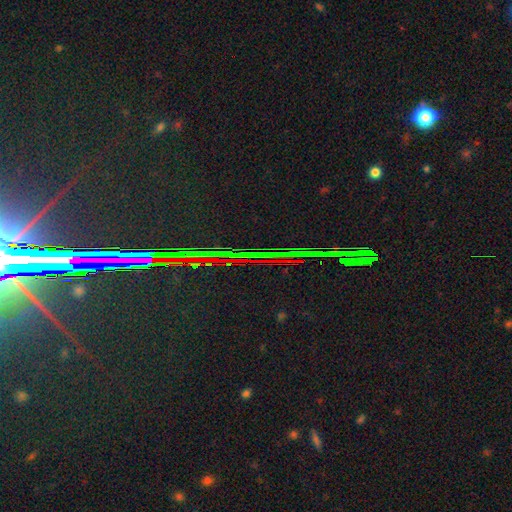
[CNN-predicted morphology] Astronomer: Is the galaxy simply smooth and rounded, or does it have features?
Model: star or artifact — 84%.